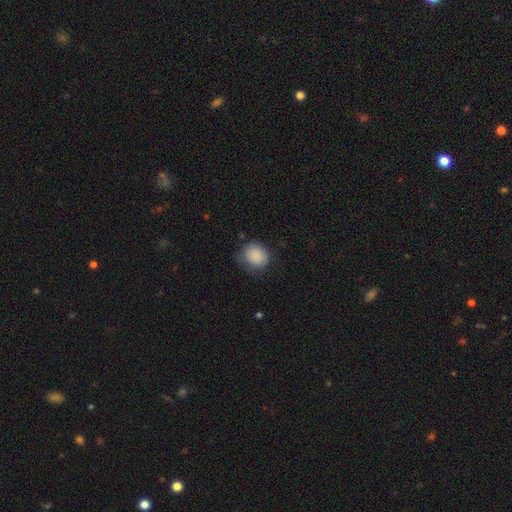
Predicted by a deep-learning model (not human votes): Smooth or featured? Predicted: smooth (p=0.88). How rounded? Predicted: round (p=0.68). Merging? Predicted: none (p=0.70).